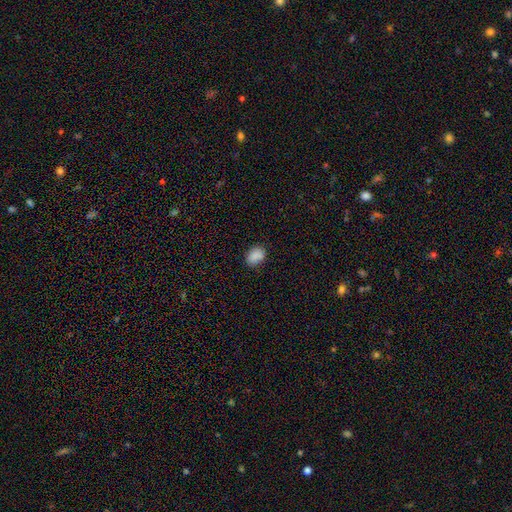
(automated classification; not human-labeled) Smooth or featured?
  - smooth: 88% *
  - star or artifact: 9%
  - featured or disk: 3%
How rounded?
  - in between: 77% *
  - round: 22%
  - cigar-shaped: 1%
Merging?
  - none: 80% *
  - minor disturbance: 15%
  - major disturbance: 3%
  - merger: 1%